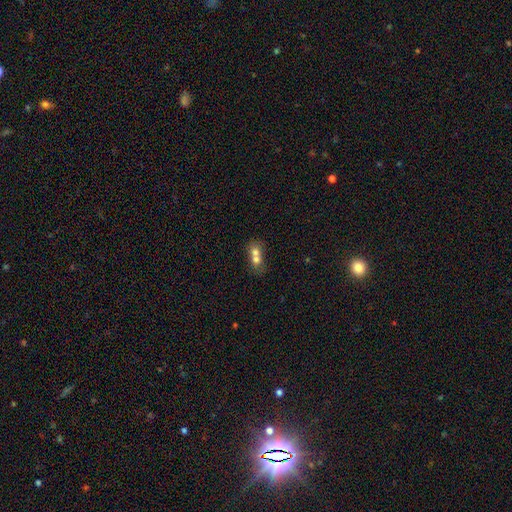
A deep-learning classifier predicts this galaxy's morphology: A smooth galaxy with no disk features (66%) that is round (58%). Merging: merger (75%).